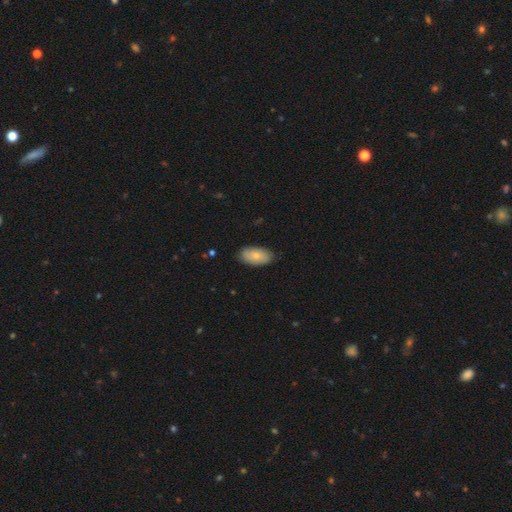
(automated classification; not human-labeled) Overall: smooth (78%). How rounded: in between (94%). Merging: none (83%).